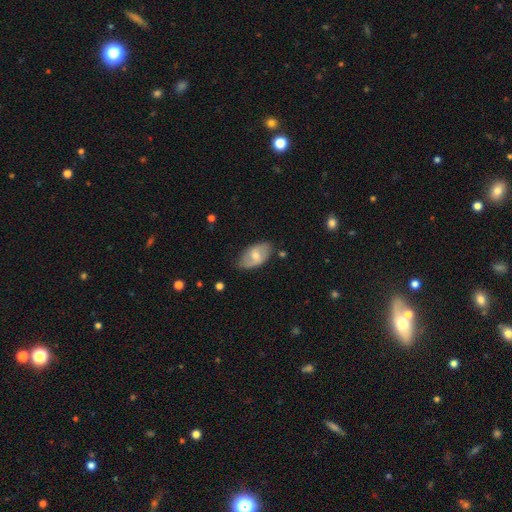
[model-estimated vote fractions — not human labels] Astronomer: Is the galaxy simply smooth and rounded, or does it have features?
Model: smooth — 55% (runner-up: featured or disk, 38%).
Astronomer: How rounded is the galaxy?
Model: in between — 93%.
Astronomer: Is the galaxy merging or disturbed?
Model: none — 73%.